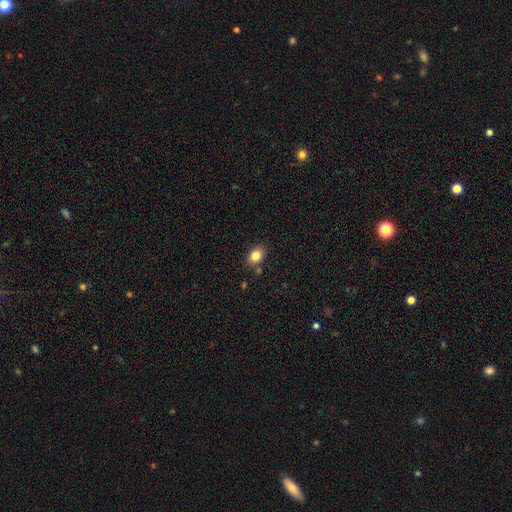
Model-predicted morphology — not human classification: This appears to be a smooth galaxy with no disk features (83%) that is in between round and cigar-shaped (67%). Merging: none (80%).